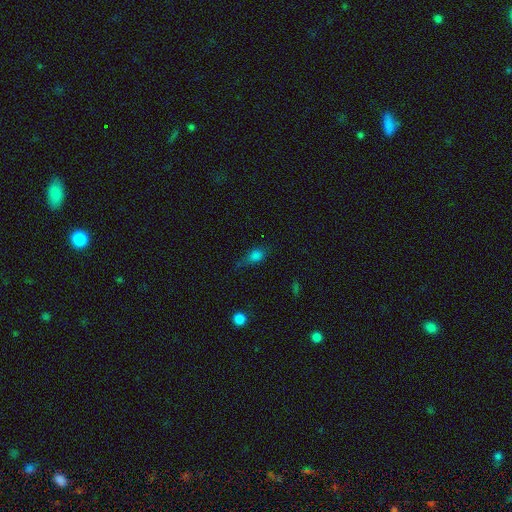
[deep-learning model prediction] This is likely a smooth galaxy (73%). How rounded: likely in between (72%). Merging: possibly none (50%).